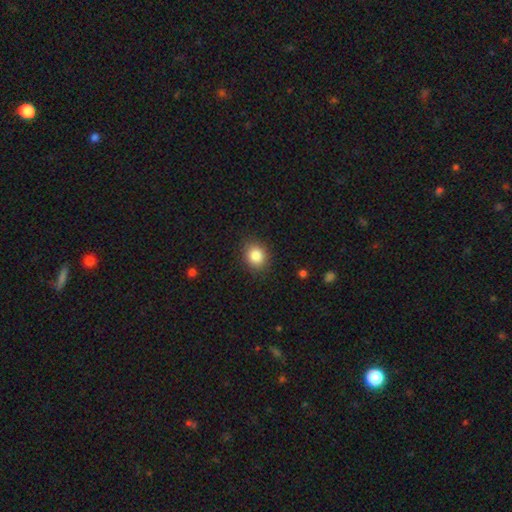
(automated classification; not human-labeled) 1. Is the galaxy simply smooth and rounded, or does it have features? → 85% smooth, 10% star or artifact, 6% featured or disk.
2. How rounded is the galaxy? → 67% round, 32% in between, 1% cigar-shaped.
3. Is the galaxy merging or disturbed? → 88% none, 9% minor disturbance, 2% major disturbance, 1% merger.